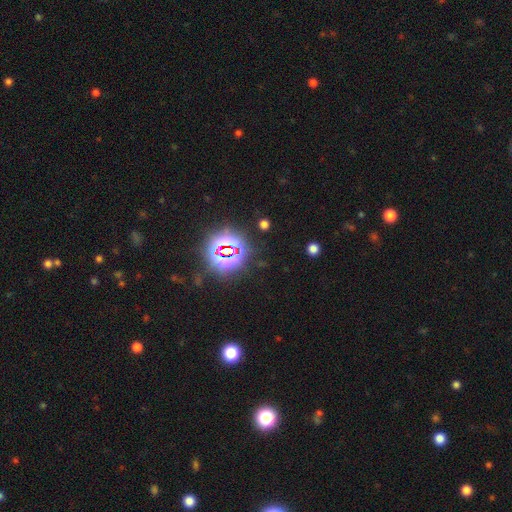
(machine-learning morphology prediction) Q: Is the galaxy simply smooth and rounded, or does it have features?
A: star or artifact — 81%.